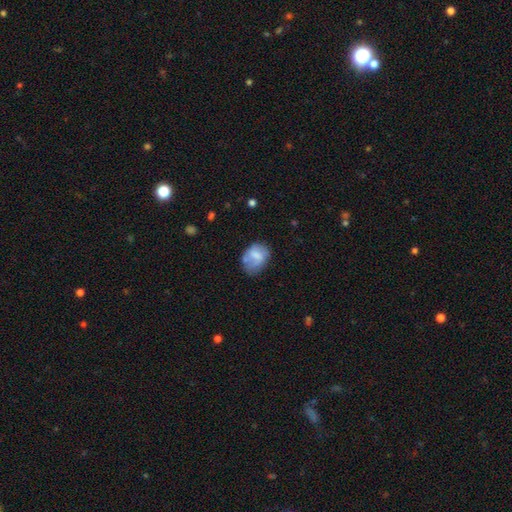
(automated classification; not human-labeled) Q: Smooth or featured?
A: smooth (64%); runner-up: featured or disk (28%)
Q: How rounded?
A: in between (64%); runner-up: round (34%)
Q: Merging?
A: none (47%); runner-up: minor disturbance (32%)